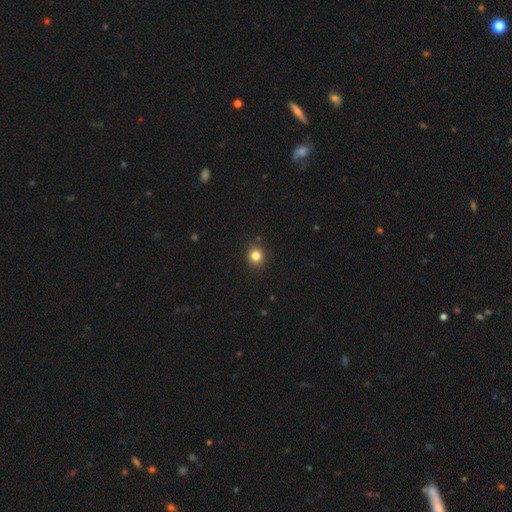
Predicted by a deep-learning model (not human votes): A smooth galaxy with no disk features (82%) that is round (82%). Merging: none (90%).